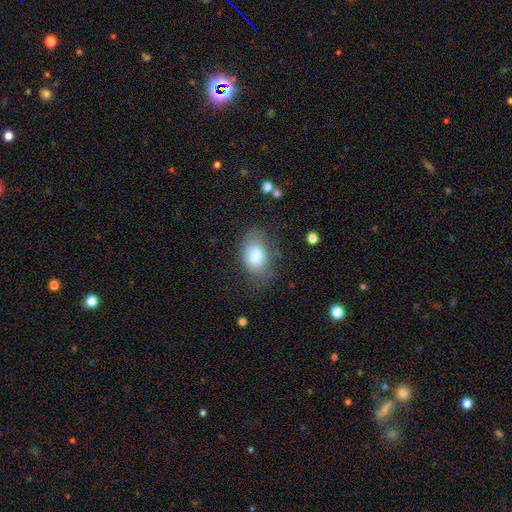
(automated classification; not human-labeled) A smooth galaxy with no disk features (78%) that is in between round and cigar-shaped (83%). Merging: none (60%).